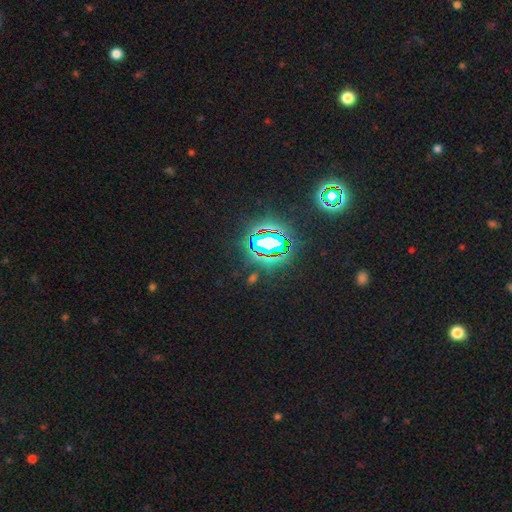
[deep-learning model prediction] Overall: star or artifact (80%).